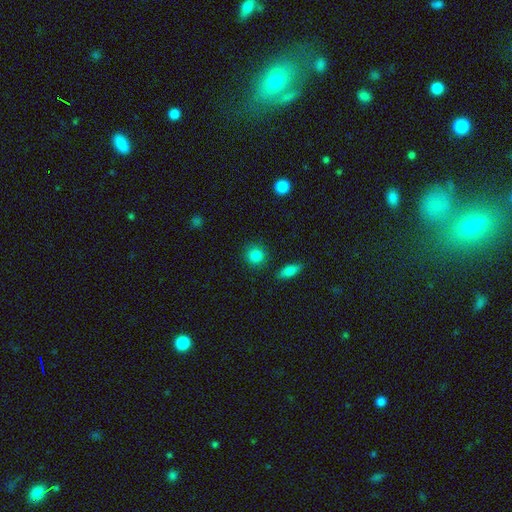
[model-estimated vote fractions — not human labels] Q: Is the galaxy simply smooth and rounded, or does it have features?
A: smooth — 86%.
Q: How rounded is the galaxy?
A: round — 89%.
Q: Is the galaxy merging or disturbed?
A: none — 88%.